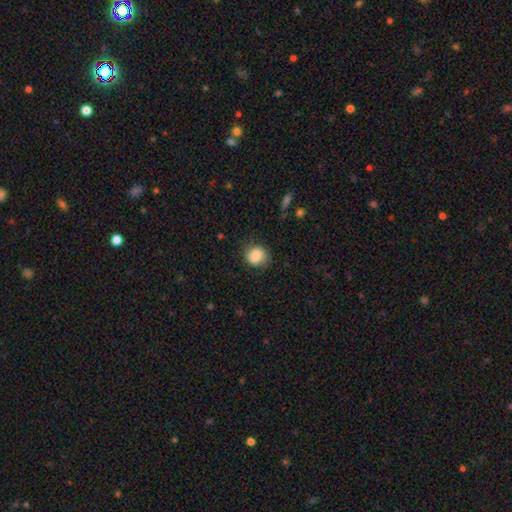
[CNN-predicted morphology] A smooth galaxy with no disk features (80%) that is round (74%). Merging: none (72%).